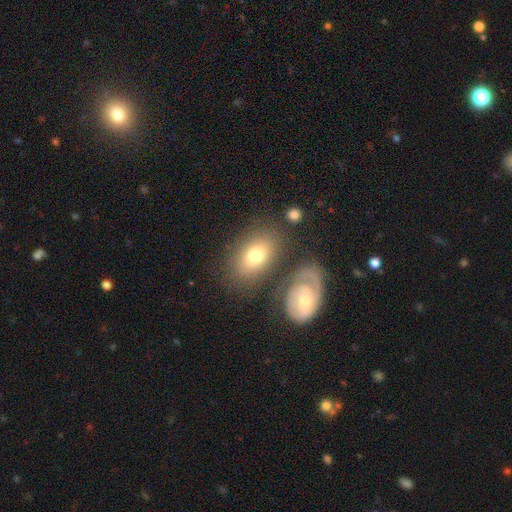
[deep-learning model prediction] Smooth or featured? smooth (65%)
How rounded? in between (84%)
Merging? none (68%)